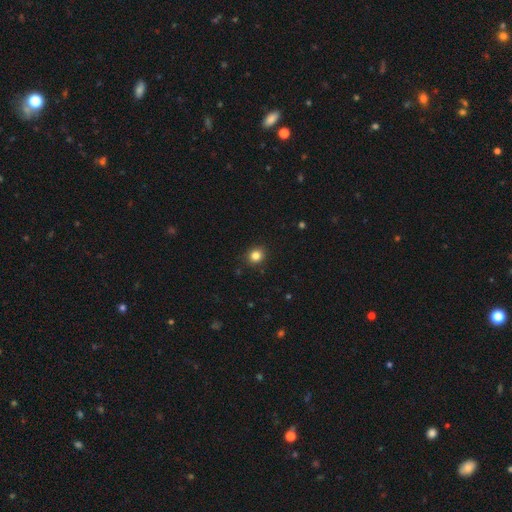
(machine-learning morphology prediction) smooth_or_featured: smooth (p=0.83) [alt: star or artifact p=0.12]
how_rounded: round (p=0.78) [alt: in between p=0.21]
merging: none (p=0.90) [alt: minor disturbance p=0.07]